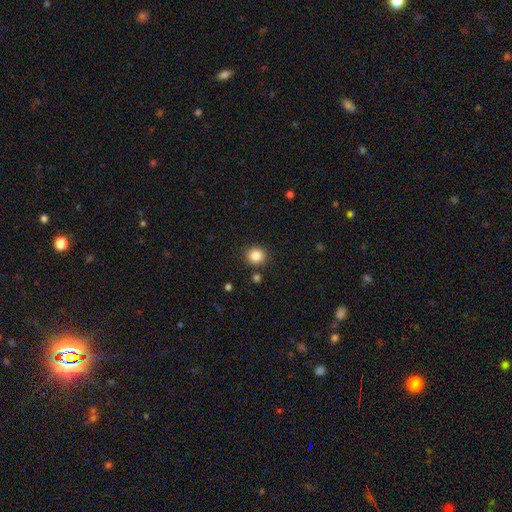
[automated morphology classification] Smooth or featured? smooth (85%)
How rounded? round (91%)
Merging? none (89%)